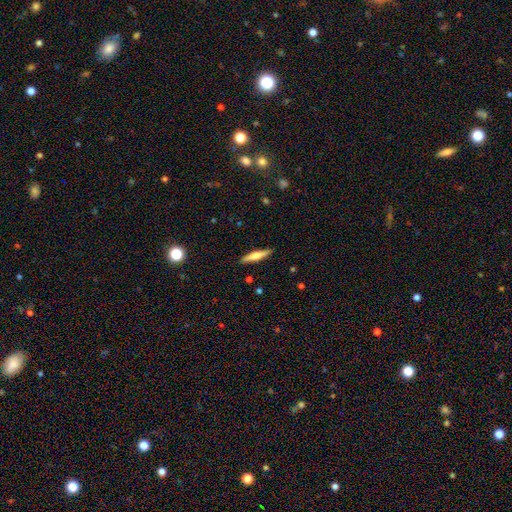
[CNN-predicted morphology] smooth 52%, featured or disk 42%, star or artifact 6%. Down the decision tree: how rounded — cigar-shaped (86%); merging — none (90%).